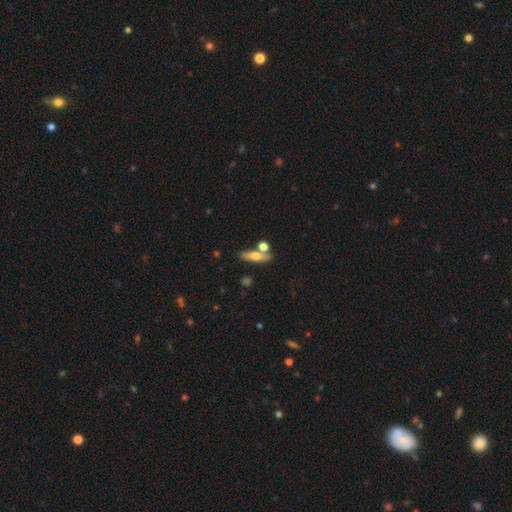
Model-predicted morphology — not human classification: Smooth or featured: smooth — 50% (featured or disk — 42%)
How rounded: cigar-shaped — 55% (in between — 38%)
Merging: none — 67% (merger — 19%)